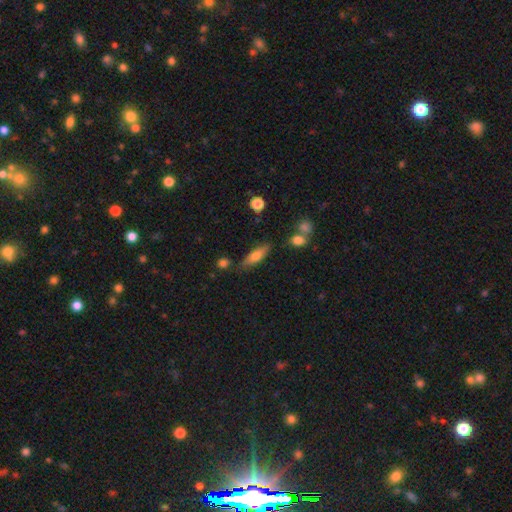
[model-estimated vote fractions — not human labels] This is likely a smooth galaxy (63%). How rounded: possibly cigar-shaped (50%). Merging: likely none (75%).